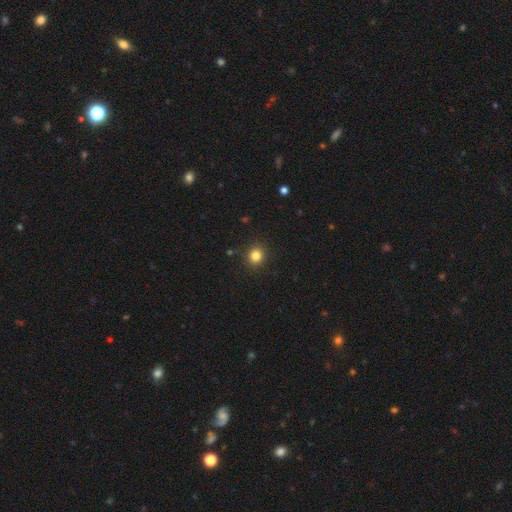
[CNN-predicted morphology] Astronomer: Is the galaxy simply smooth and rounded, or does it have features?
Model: smooth — 83%.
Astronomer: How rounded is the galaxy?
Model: round — 86%.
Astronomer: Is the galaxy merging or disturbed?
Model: none — 90%.